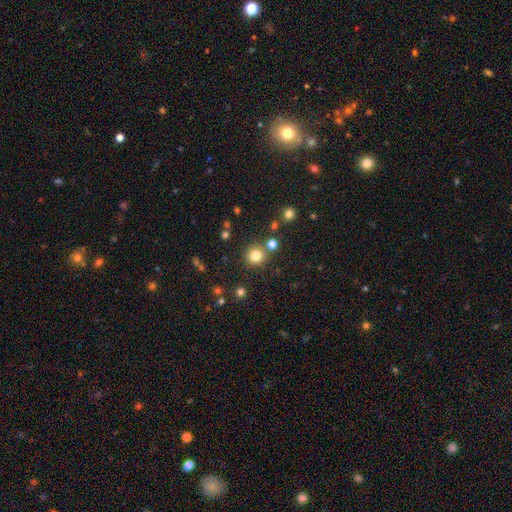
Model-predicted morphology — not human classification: Overall: smooth (80%). How rounded: round (92%). Merging: none (84%).